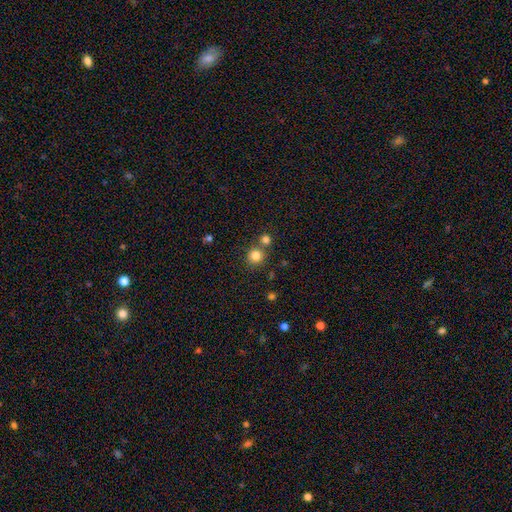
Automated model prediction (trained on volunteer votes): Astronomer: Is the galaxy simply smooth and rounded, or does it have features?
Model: smooth — 82%.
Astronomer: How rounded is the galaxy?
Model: round — 92%.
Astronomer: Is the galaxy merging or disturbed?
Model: none — 69%.